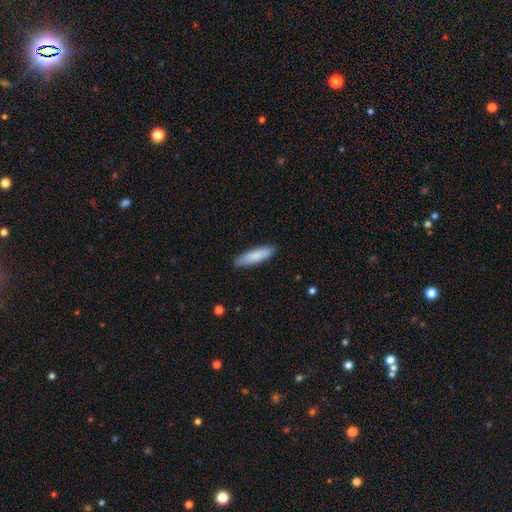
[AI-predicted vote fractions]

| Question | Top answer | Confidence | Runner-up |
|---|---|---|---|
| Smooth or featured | smooth | 85% | featured or disk (10%) |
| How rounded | cigar-shaped | 69% | in between (30%) |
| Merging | none | 89% | minor disturbance (8%) |